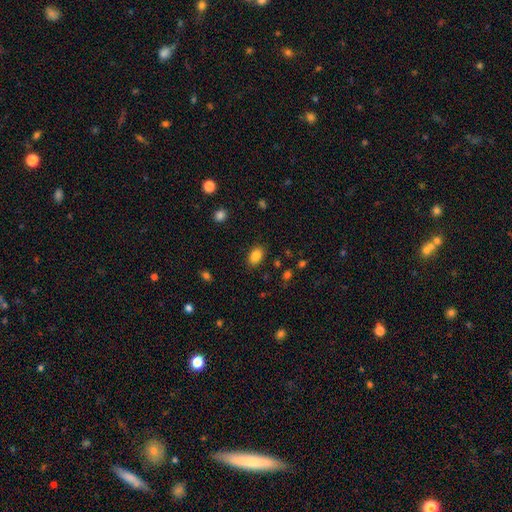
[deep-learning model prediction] smooth-or-featured: smooth: 85% | star or artifact: 9% | featured or disk: 6%
  how-rounded: in between: 84% | round: 14% | cigar-shaped: 1%
  merging: none: 85% | minor disturbance: 10% | major disturbance: 3% | merger: 1%